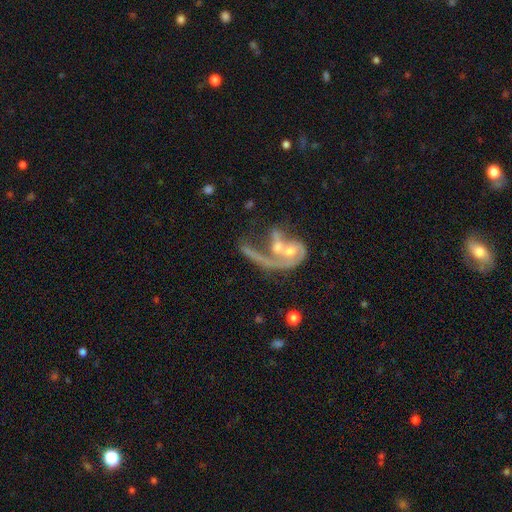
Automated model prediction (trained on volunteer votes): This appears to be a featured or disk galaxy (72%) with no bar (63%), spiral arms (68%) and a moderate central bulge (47%). Merging: merger (59%).